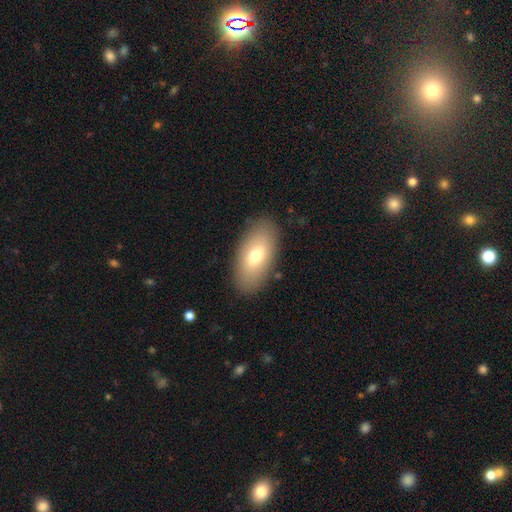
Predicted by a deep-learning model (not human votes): Morphology: type=smooth (69%); roundness=in between (92%); merging=none (86%).